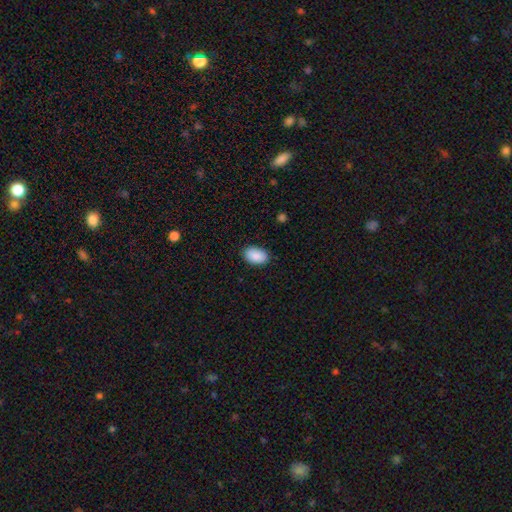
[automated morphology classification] Smooth or featured? Predicted: smooth (p=0.90). How rounded? Predicted: in between (p=0.91). Merging? Predicted: none (p=0.87).